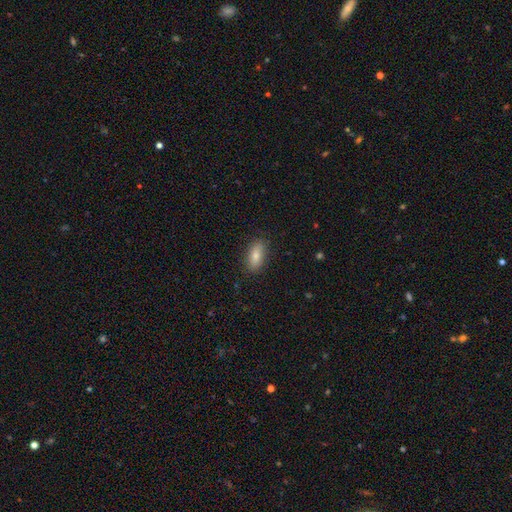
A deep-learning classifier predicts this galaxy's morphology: This is clearly a smooth galaxy (80%). How rounded: clearly in between (86%). Merging: clearly none (86%).